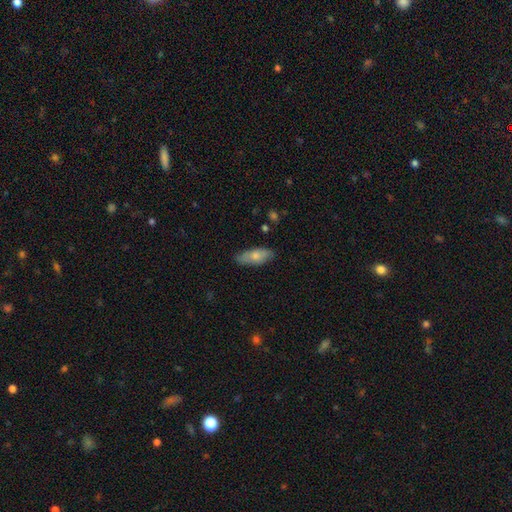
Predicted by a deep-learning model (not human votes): This appears to be a smooth galaxy with no disk features (73%) that is in between round and cigar-shaped (75%). Merging: none (78%).